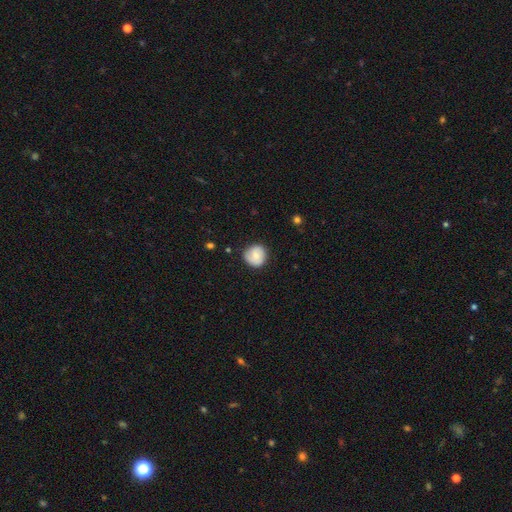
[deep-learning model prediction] Smooth or featured? Predicted: smooth (p=0.69). How rounded? Predicted: round (p=0.89). Merging? Predicted: none (p=0.78).